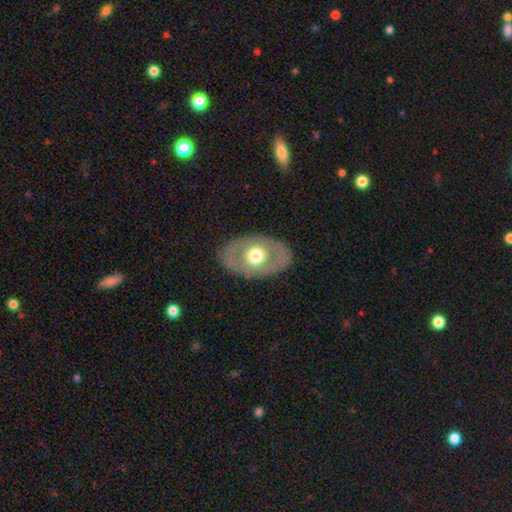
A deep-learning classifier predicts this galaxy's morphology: The model was most divided on "smooth or featured": featured or disk: 52%, smooth: 43%, star or artifact: 5%. More confident: edge-on disk — no (88%); merging — none (85%).